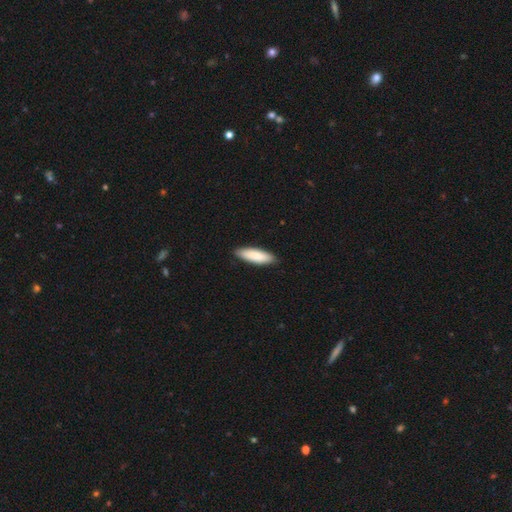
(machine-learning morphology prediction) This appears to be a smooth galaxy with no disk features (87%) that is cigar-shaped (52%). Merging: none (88%).